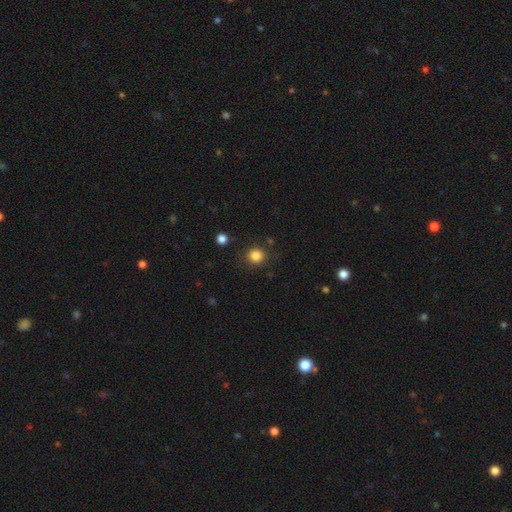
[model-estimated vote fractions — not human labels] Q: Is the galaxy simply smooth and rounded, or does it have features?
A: smooth — 84%.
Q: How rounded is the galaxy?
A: round — 89%.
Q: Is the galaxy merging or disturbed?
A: none — 86%.